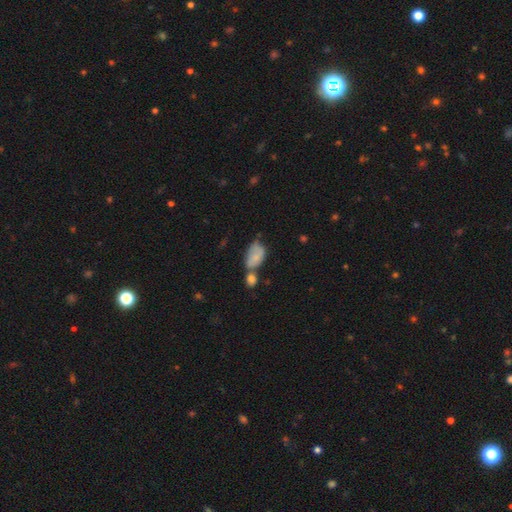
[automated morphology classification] The model was most divided on "merging": merger: 45%, none: 25%, minor disturbance: 20%, major disturbance: 10%. More confident: how rounded — in between (90%); smooth or featured — smooth (72%).